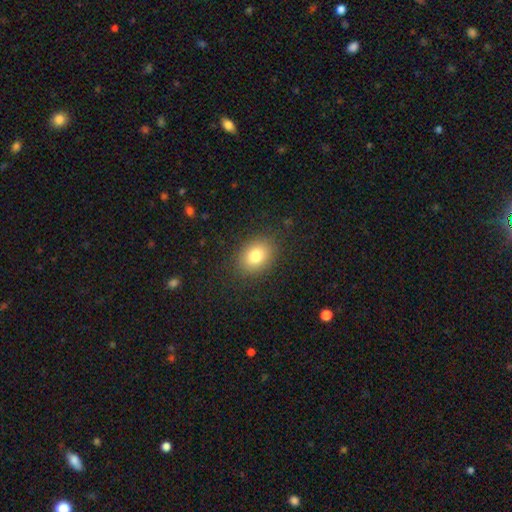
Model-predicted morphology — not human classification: Smooth or featured? smooth (80%)
How rounded? in between (63%)
Merging? none (86%)